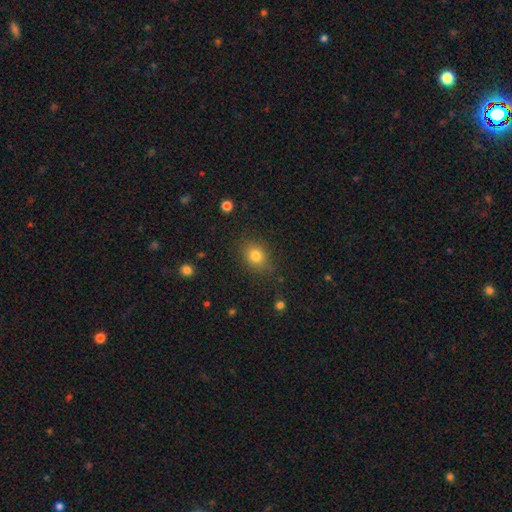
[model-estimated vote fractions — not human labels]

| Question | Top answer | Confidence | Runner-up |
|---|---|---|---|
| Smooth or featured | smooth | 80% | star or artifact (12%) |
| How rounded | in between | 53% | round (46%) |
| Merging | none | 81% | minor disturbance (14%) |